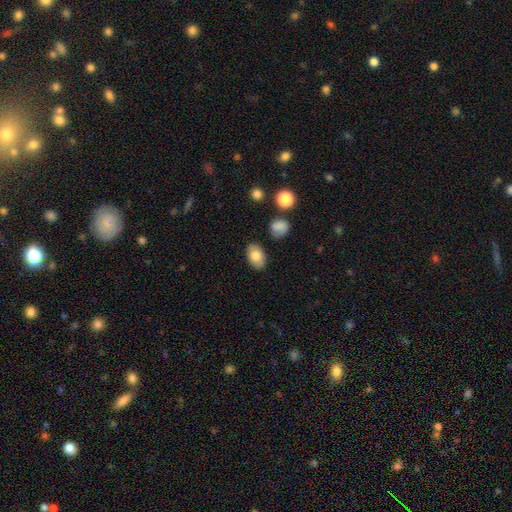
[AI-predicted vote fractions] Smooth or featured? Predicted: smooth (p=0.82). How rounded? Predicted: in between (p=0.88). Merging? Predicted: none (p=0.85).